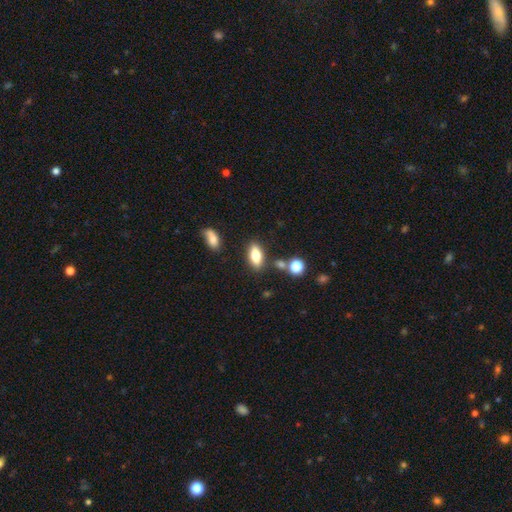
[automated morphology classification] smooth 74%, featured or disk 18%, star or artifact 9%. Down the decision tree: how rounded — in between (79%); merging — none (78%).